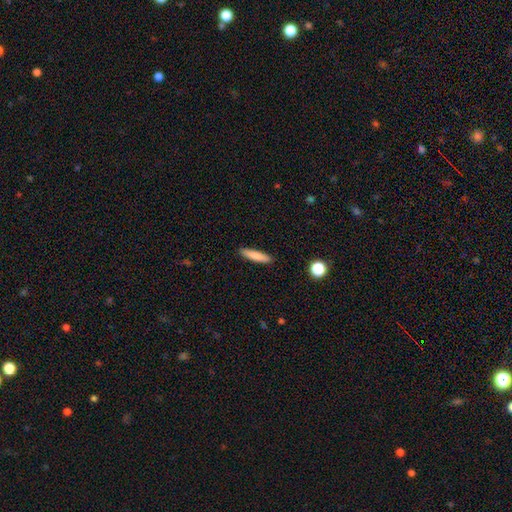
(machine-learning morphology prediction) Smooth or featured?
  - smooth: 81% *
  - featured or disk: 12%
  - star or artifact: 7%
How rounded?
  - cigar-shaped: 84% *
  - in between: 15%
  - round: 2%
Merging?
  - none: 90% *
  - minor disturbance: 7%
  - major disturbance: 2%
  - merger: 1%